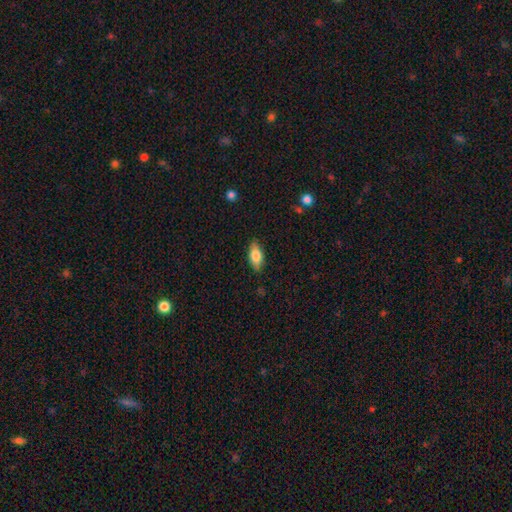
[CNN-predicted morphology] Smooth or featured: smooth — 77% (featured or disk — 16%)
How rounded: in between — 86% (cigar-shaped — 10%)
Merging: none — 86% (minor disturbance — 11%)